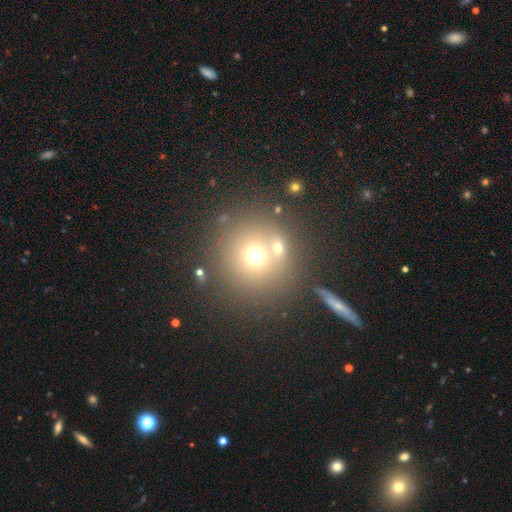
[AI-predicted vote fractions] Overall: smooth (66%). How rounded: round (93%). Merging: none (67%).